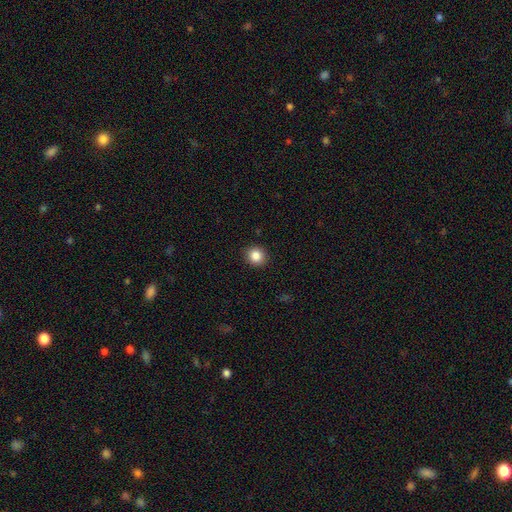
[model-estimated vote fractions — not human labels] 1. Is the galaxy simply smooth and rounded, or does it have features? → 85% smooth, 10% star or artifact, 5% featured or disk.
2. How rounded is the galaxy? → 88% round, 11% in between, 1% cigar-shaped.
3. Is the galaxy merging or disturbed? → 92% none, 5% minor disturbance, 2% major disturbance, 1% merger.